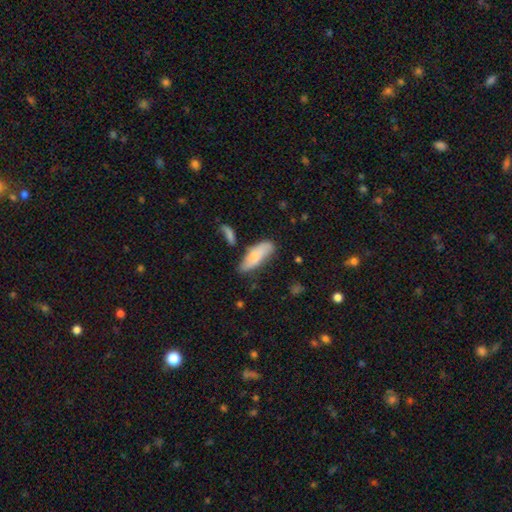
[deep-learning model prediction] Smooth or featured: smooth — 70% (featured or disk — 24%)
How rounded: in between — 65% (cigar-shaped — 33%)
Merging: none — 58% (minor disturbance — 26%)